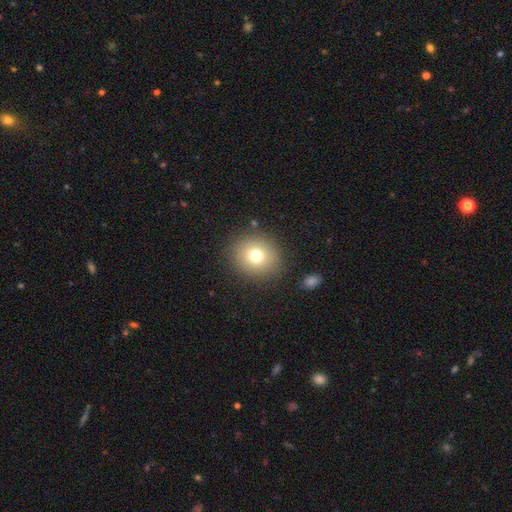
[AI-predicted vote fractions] This appears to be a smooth galaxy with no disk features (75%) that is round (81%). Merging: none (88%).